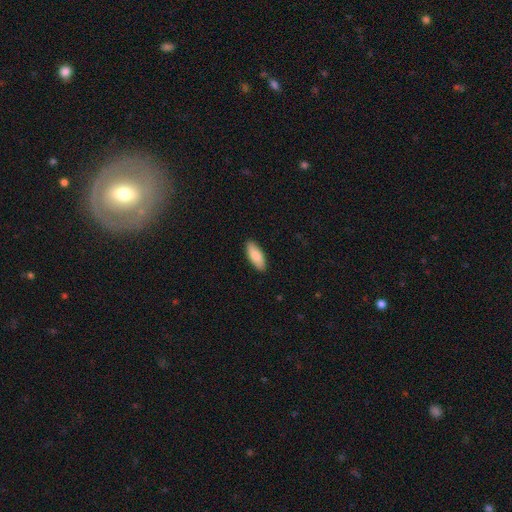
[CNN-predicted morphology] Smooth or featured: smooth — 85% (featured or disk — 10%)
How rounded: in between — 74% (cigar-shaped — 24%)
Merging: none — 89% (minor disturbance — 8%)